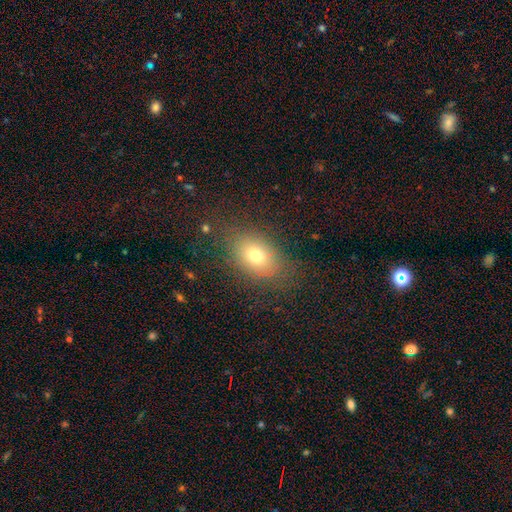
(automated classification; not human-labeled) smooth-or-featured: smooth: 72% | featured or disk: 15% | star or artifact: 13%
  how-rounded: in between: 74% | round: 24% | cigar-shaped: 2%
  merging: none: 78% | minor disturbance: 14% | major disturbance: 7% | merger: 1%